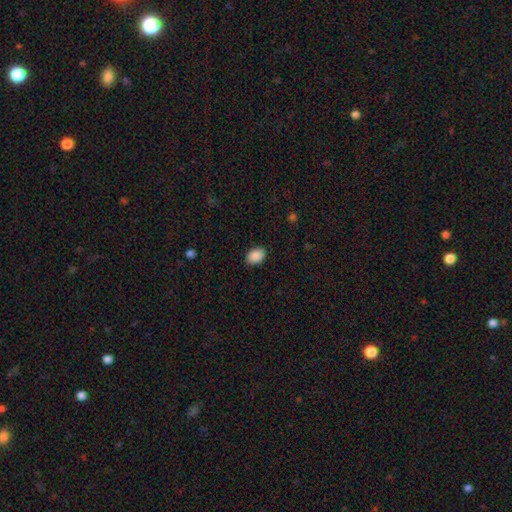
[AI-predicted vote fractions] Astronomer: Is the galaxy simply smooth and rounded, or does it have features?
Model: smooth — 90%.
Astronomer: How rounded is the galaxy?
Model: in between — 83%.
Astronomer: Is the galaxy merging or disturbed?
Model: none — 88%.